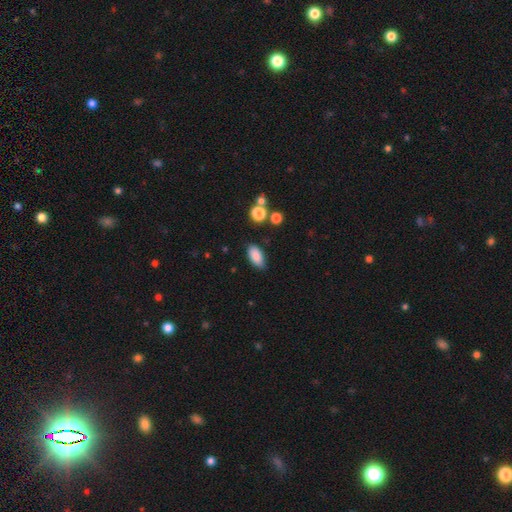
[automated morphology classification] smooth-or-featured: smooth: 86% | star or artifact: 8% | featured or disk: 6%
  how-rounded: in between: 90% | cigar-shaped: 7% | round: 3%
  merging: none: 81% | minor disturbance: 14% | major disturbance: 3% | merger: 2%